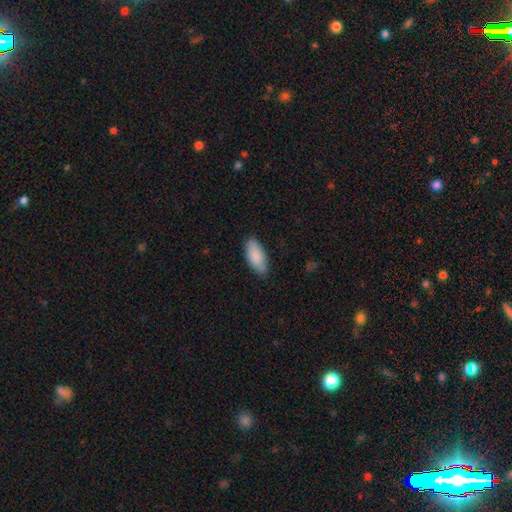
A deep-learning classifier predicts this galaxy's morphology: smooth-or-featured: smooth: 88% | featured or disk: 6% | star or artifact: 6%
  how-rounded: in between: 86% | cigar-shaped: 12% | round: 2%
  merging: none: 82% | minor disturbance: 15% | major disturbance: 2% | merger: 1%